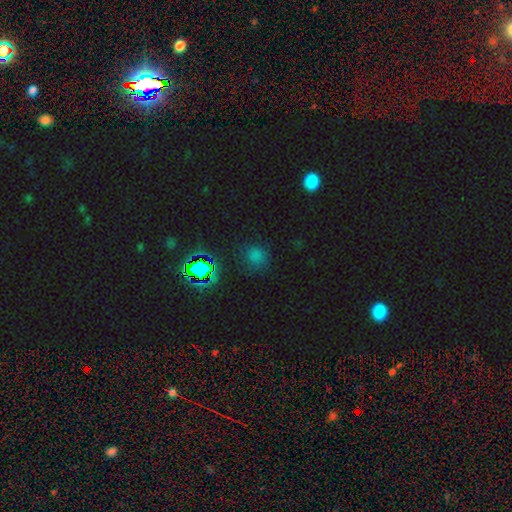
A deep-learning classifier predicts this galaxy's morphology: Smooth or featured: smooth — 58% (star or artifact — 34%)
How rounded: round — 83% (in between — 16%)
Merging: none — 77% (minor disturbance — 14%)